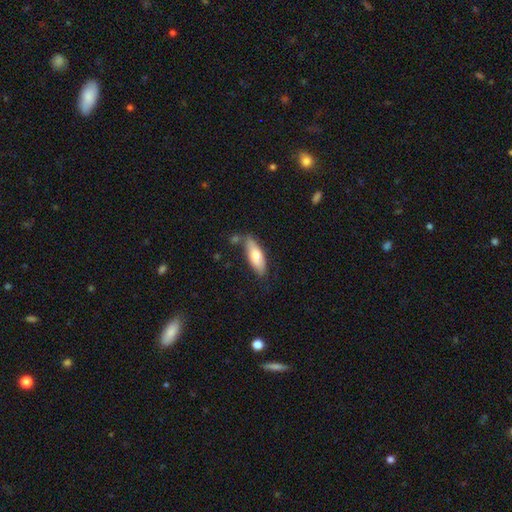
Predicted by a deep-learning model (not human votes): Overall: smooth (73%). How rounded: in between (66%; cigar-shaped 32%). Merging: none (64%).